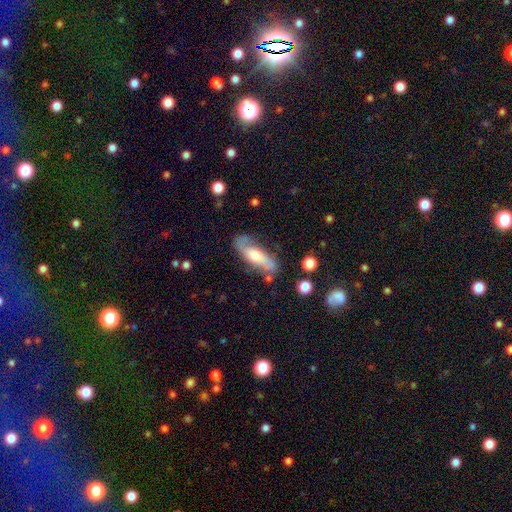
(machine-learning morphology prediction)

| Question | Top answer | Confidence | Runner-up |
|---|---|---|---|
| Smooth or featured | featured or disk | 53% | smooth (40%) |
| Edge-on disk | no | 75% | yes (25%) |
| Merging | none | 63% | minor disturbance (22%) |